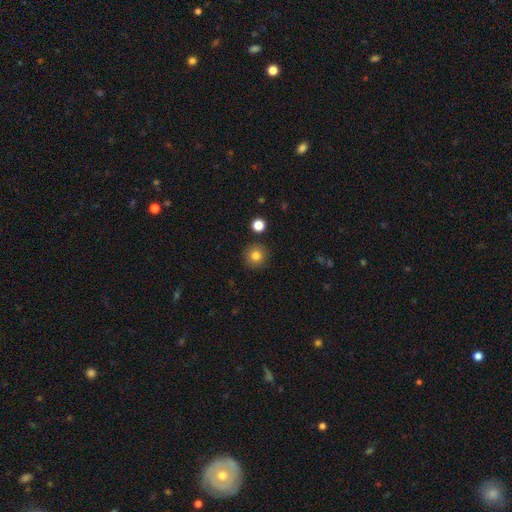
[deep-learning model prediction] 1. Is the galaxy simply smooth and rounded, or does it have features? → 82% smooth, 11% star or artifact, 7% featured or disk.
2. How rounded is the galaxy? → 94% round, 5% in between, 1% cigar-shaped.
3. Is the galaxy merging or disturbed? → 89% none, 6% minor disturbance, 3% merger, 2% major disturbance.